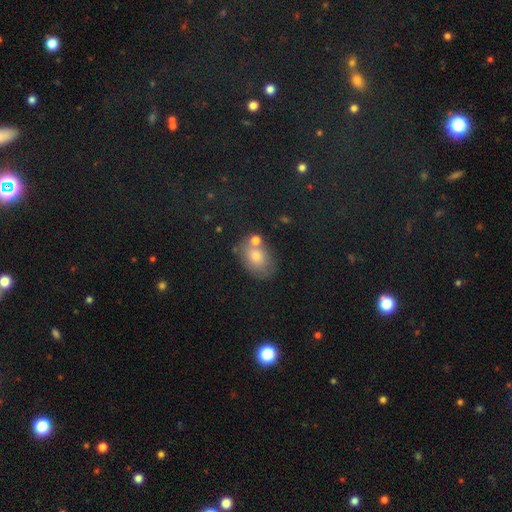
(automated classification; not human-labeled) smooth 69%, star or artifact 16%, featured or disk 14%. Down the decision tree: how rounded — in between (72%); merging — none (60%).